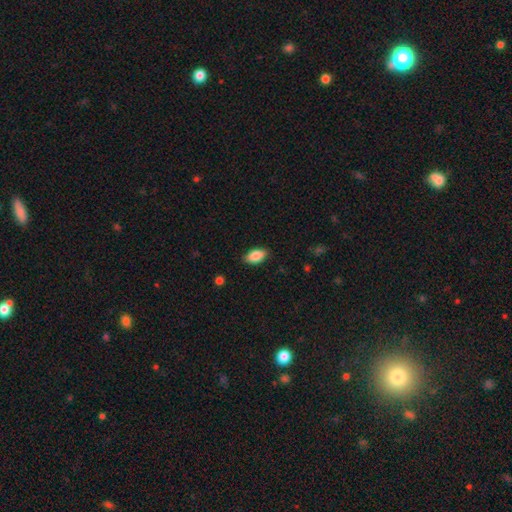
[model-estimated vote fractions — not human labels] smooth-or-featured: smooth: 87% | star or artifact: 7% | featured or disk: 6%
  how-rounded: in between: 93% | round: 4% | cigar-shaped: 3%
  merging: none: 86% | minor disturbance: 11% | major disturbance: 2% | merger: 1%